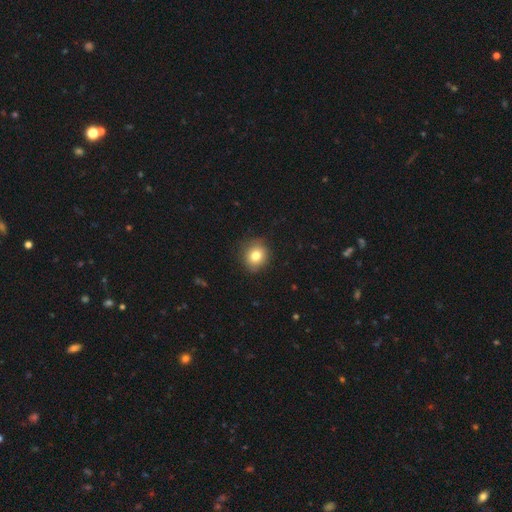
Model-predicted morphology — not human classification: smooth-or-featured: smooth: 79% | star or artifact: 10% | featured or disk: 10%
  how-rounded: round: 78% | in between: 21% | cigar-shaped: 1%
  merging: none: 84% | minor disturbance: 12% | major disturbance: 3% | merger: 1%